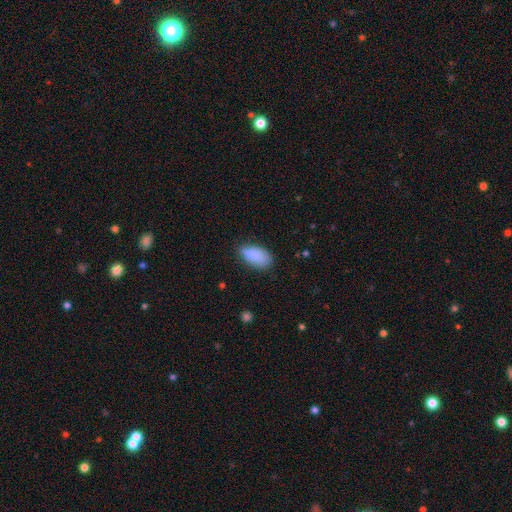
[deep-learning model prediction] This appears to be a smooth galaxy with no disk features (88%) that is in between round and cigar-shaped (93%). Merging: none (69%).